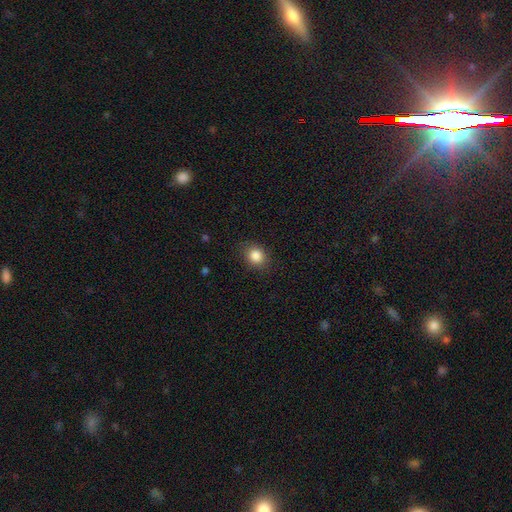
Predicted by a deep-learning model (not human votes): Q: Smooth or featured?
A: smooth (85%); runner-up: star or artifact (10%)
Q: How rounded?
A: round (59%); runner-up: in between (40%)
Q: Merging?
A: none (86%); runner-up: minor disturbance (10%)